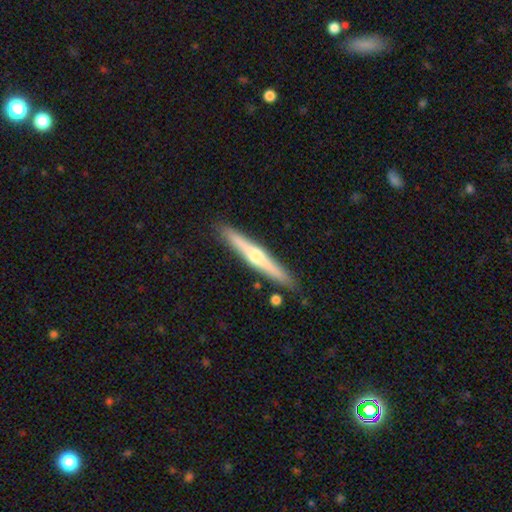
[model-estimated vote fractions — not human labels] Morphology: type=featured or disk (65%); edge-on=yes (98%); edge-on bulge=rounded (89%); merging=none (89%).